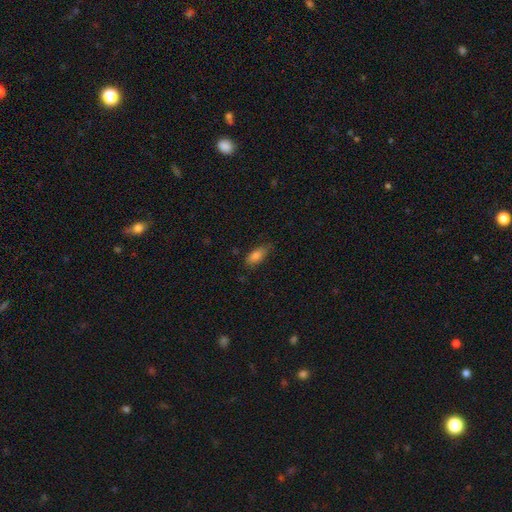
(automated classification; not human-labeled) Smooth or featured? smooth (83%)
How rounded? in between (82%)
Merging? none (71%)